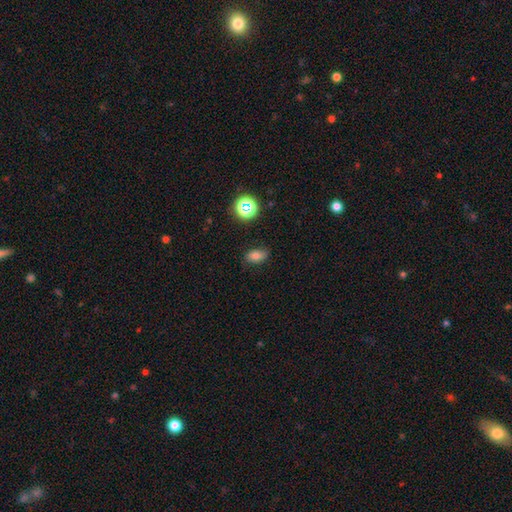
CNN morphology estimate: Overall: smooth (73%). How rounded: in between (84%). Merging: none (81%).